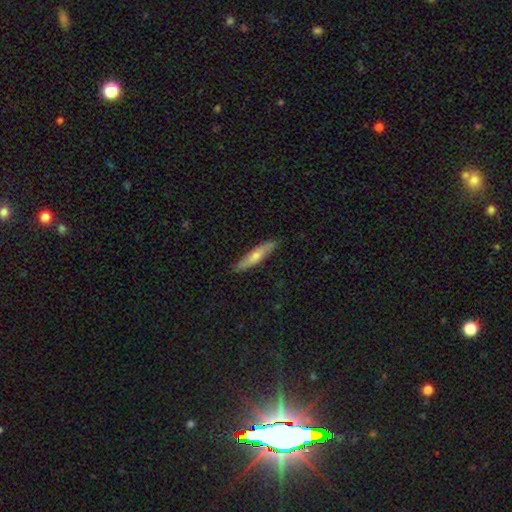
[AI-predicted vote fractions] Smooth or featured? smooth (55%)
How rounded? cigar-shaped (88%)
Merging? none (87%)